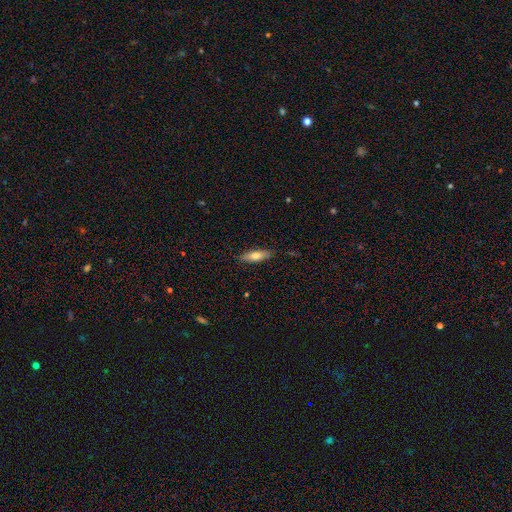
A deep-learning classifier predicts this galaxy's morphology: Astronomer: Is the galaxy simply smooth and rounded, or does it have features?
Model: smooth — 68%.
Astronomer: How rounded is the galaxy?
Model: cigar-shaped — 51% (runner-up: in between, 47%).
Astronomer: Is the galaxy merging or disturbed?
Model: none — 86%.